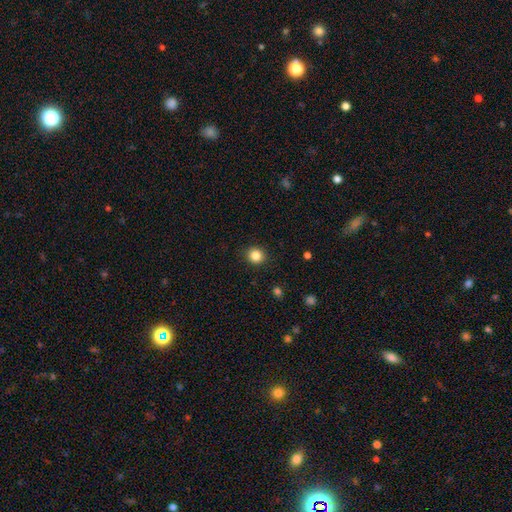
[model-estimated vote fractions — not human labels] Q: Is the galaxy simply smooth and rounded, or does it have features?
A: smooth — 84%.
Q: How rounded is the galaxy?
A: round — 87%.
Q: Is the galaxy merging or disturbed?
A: none — 91%.